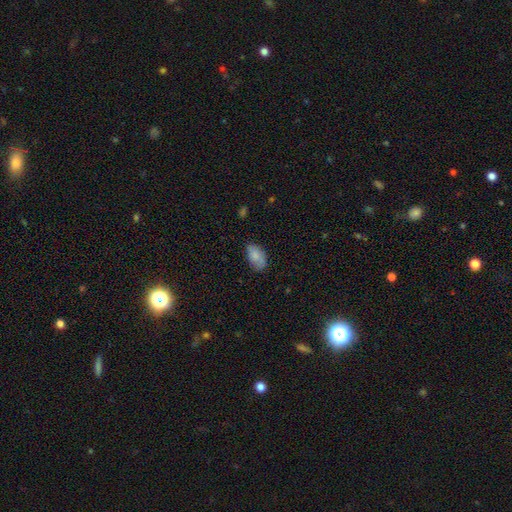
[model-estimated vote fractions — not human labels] Smooth or featured? Predicted: smooth (p=0.80). How rounded? Predicted: in between (p=0.93). Merging? Predicted: none (p=0.67).